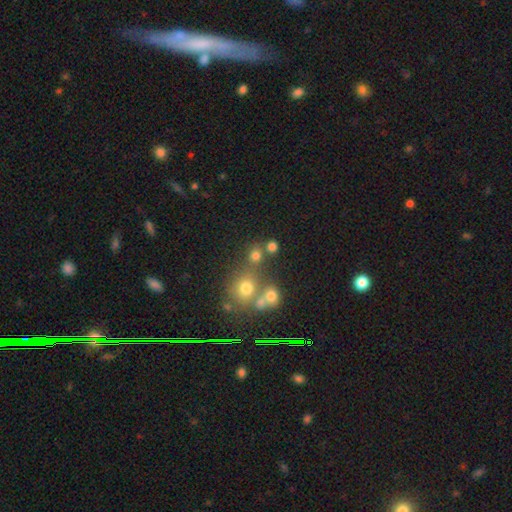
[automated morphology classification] Smooth or featured? Predicted: smooth (p=0.72). How rounded? Predicted: round (p=0.84). Merging? Predicted: none (p=0.61).